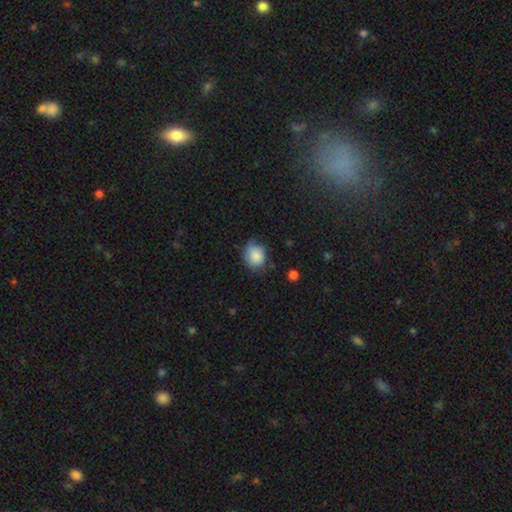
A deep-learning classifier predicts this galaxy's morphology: Overall: smooth (85%). How rounded: round (62%; in between 37%). Merging: none (63%; minor disturbance 30%).